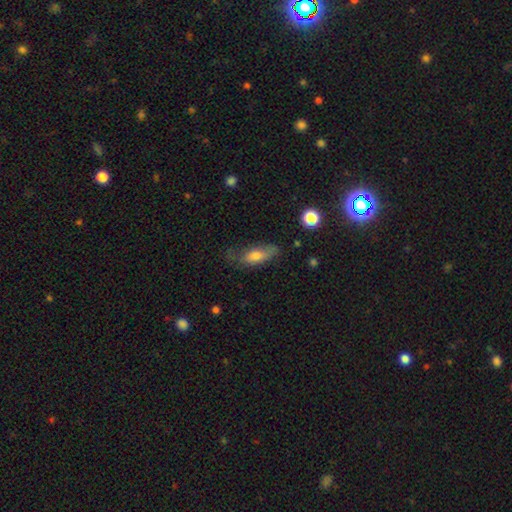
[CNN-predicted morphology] A smooth galaxy with no disk features (68%) that is in between round and cigar-shaped (71%). Merging: none (52%).